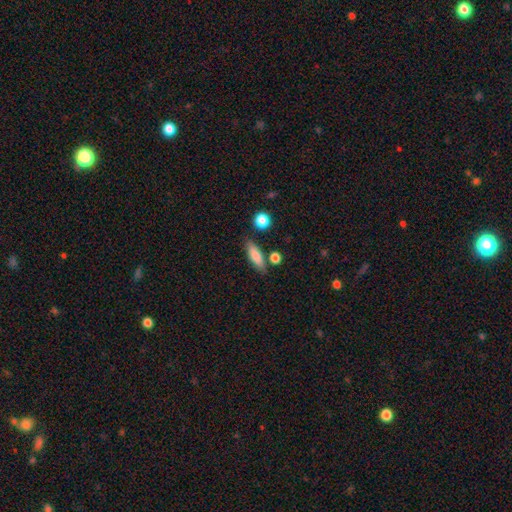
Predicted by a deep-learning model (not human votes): Smooth or featured: smooth — 79% (featured or disk — 14%)
How rounded: cigar-shaped — 48% (tied with in between — 48%)
Merging: none — 78% (minor disturbance — 13%)